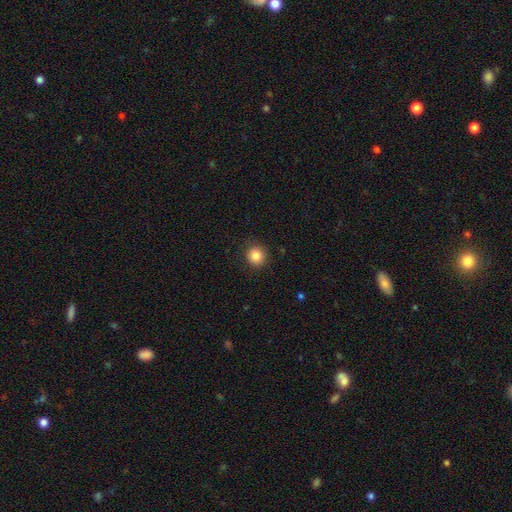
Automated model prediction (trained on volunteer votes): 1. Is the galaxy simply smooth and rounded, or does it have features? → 86% smooth, 10% star or artifact, 4% featured or disk.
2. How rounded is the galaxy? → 91% round, 8% in between, 1% cigar-shaped.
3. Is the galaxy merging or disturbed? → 89% none, 7% minor disturbance, 2% major disturbance, 1% merger.